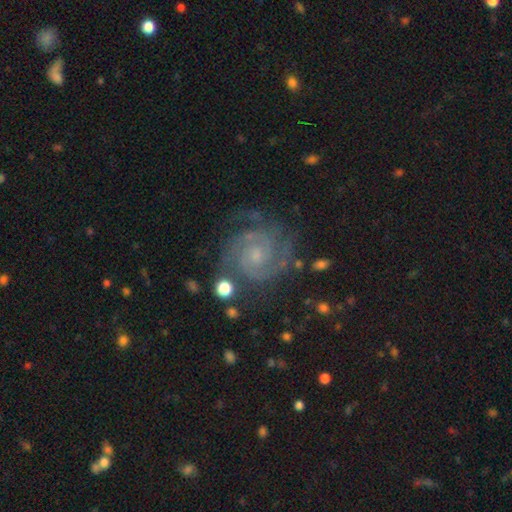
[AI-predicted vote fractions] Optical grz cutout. It shows a featured or disk galaxy (88%) with no bar (65%), 2 (66%) tight (68%) spiral arms (98%) and a small central bulge (66%). Merging: none (76%).